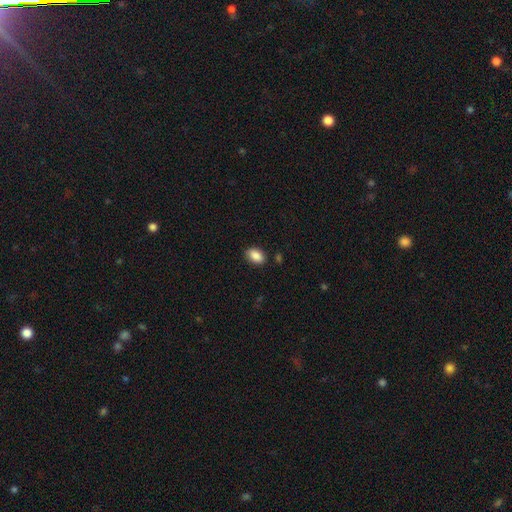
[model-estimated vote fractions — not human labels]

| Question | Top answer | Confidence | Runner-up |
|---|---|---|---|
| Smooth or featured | smooth | 88% | star or artifact (8%) |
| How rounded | in between | 86% | round (13%) |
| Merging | none | 85% | minor disturbance (11%) |